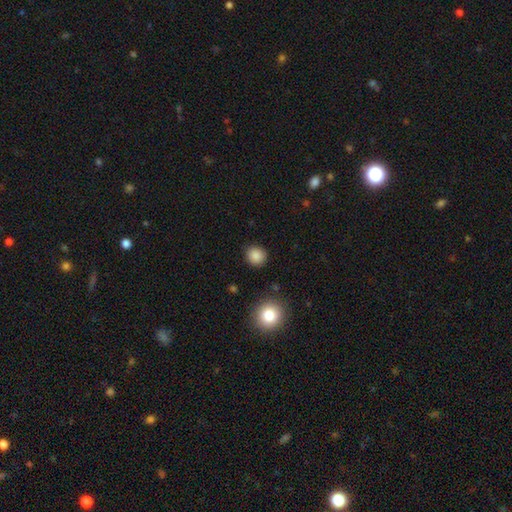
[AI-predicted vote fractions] Smooth or featured? smooth (87%)
How rounded? round (87%)
Merging? none (88%)